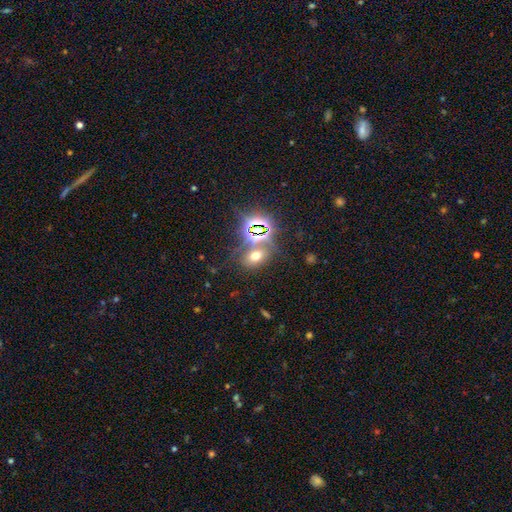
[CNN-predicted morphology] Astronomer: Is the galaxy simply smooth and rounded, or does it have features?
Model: smooth — 49% (runner-up: star or artifact, 40%).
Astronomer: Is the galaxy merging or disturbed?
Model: none — 67%.